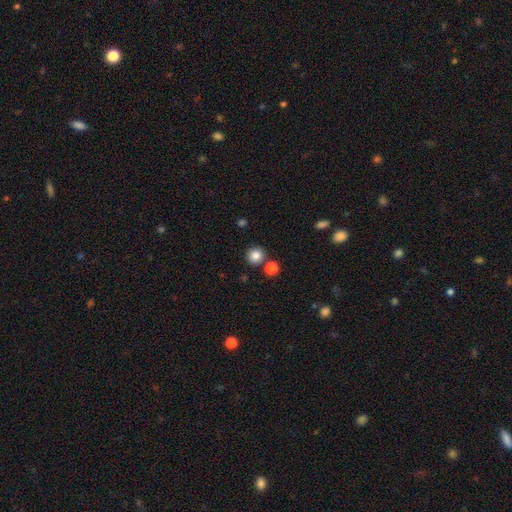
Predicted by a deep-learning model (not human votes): smooth-or-featured: smooth: 84% | star or artifact: 11% | featured or disk: 5%
  how-rounded: round: 93% | in between: 6% | cigar-shaped: 1%
  merging: none: 82% | merger: 9% | minor disturbance: 7% | major disturbance: 2%